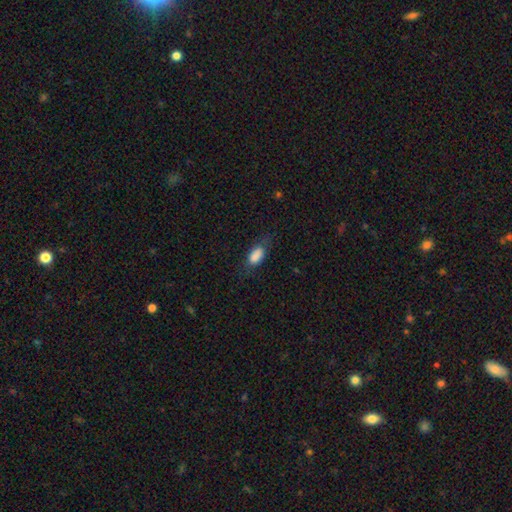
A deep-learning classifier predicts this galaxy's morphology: This is clearly a smooth galaxy (82%). How rounded: clearly in between (85%). Merging: possibly none (59%).